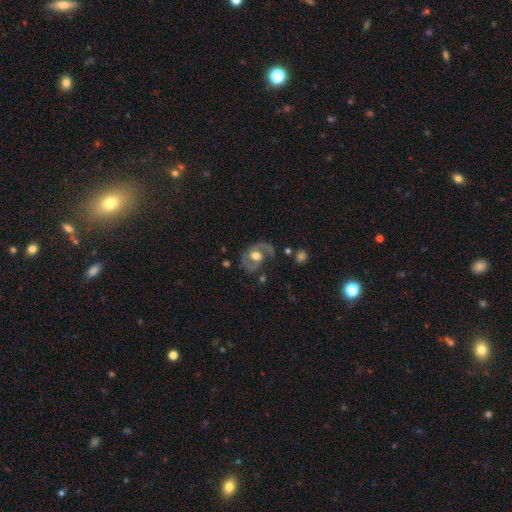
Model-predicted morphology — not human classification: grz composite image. It shows a featured or disk galaxy (78%) with no bar (59%), 2 (82%) medium (53%) spiral arms (86%) and a moderate central bulge (62%). Merging: none (66%).